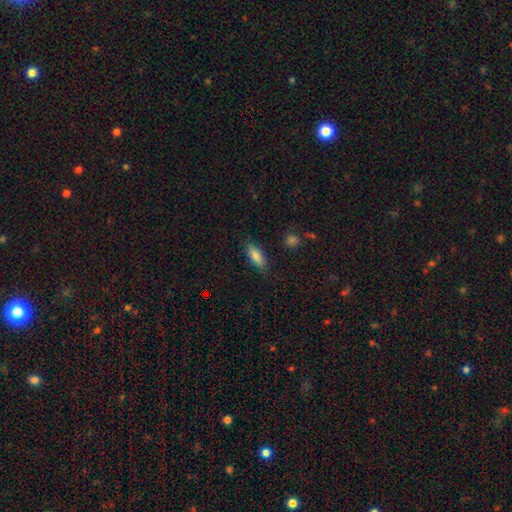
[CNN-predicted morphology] smooth_or_featured: smooth (p=0.78) [alt: featured or disk p=0.14]
how_rounded: in between (p=0.75) [alt: cigar-shaped p=0.22]
merging: none (p=0.81) [alt: minor disturbance p=0.15]